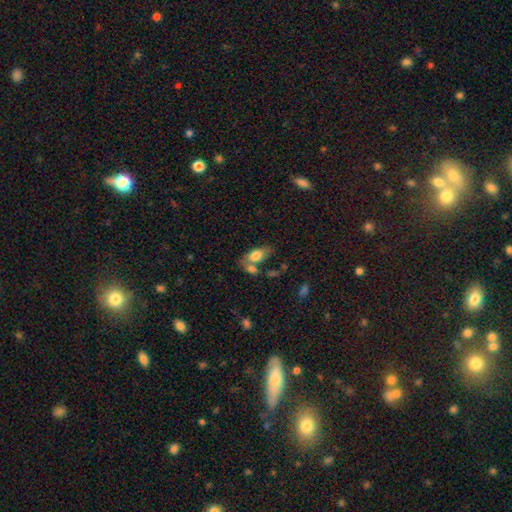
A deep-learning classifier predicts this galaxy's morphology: Q: Smooth or featured?
A: smooth (74%); runner-up: featured or disk (19%)
Q: How rounded?
A: in between (86%); runner-up: round (8%)
Q: Merging?
A: none (43%); runner-up: merger (34%)